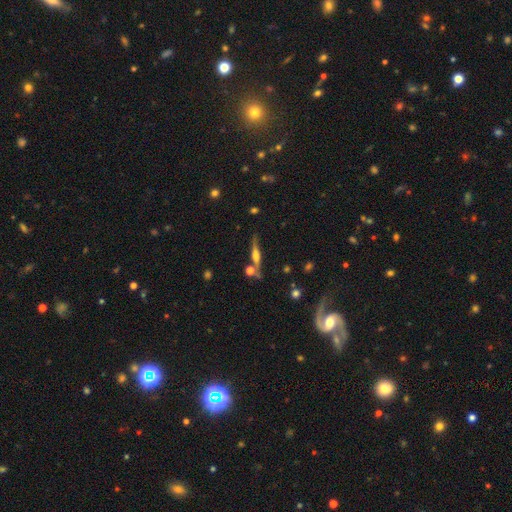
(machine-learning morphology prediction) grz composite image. It shows a featured or disk galaxy (65%) viewed edge-on (94%) with a rounded central bulge (73%). Merging: none (70%).